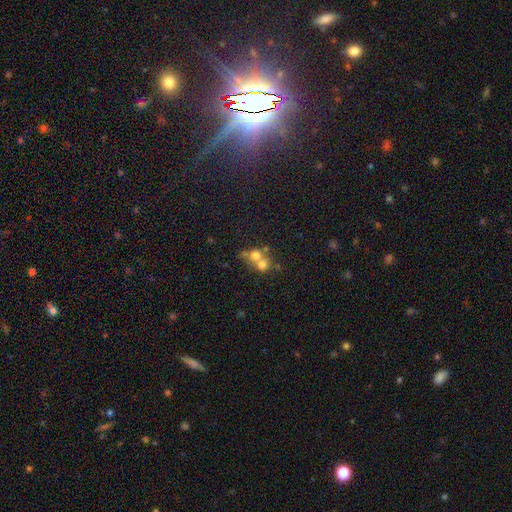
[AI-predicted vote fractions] smooth_or_featured: smooth (p=0.64) [alt: featured or disk p=0.21]
how_rounded: round (p=0.82) [alt: in between p=0.17]
merging: merger (p=0.63) [alt: none p=0.29]